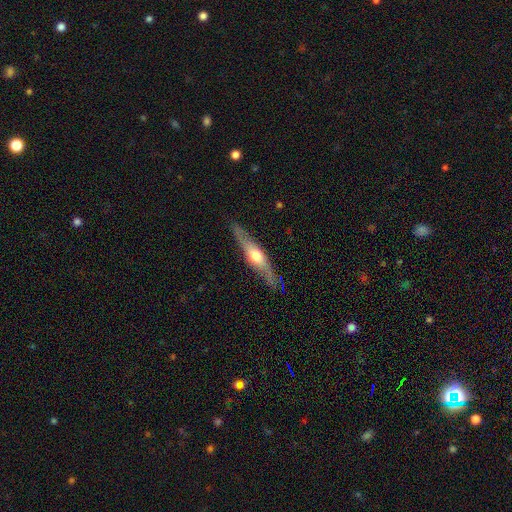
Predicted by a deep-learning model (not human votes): Smooth or featured?
  - featured or disk: 67% *
  - smooth: 28%
  - star or artifact: 5%
Edge-on disk?
  - yes: 93% *
  - no: 7%
Edge-on bulge?
  - rounded: 91% *
  - boxy: 6%
  - none: 3%
Merging?
  - none: 86% *
  - minor disturbance: 11%
  - major disturbance: 2%
  - merger: 1%